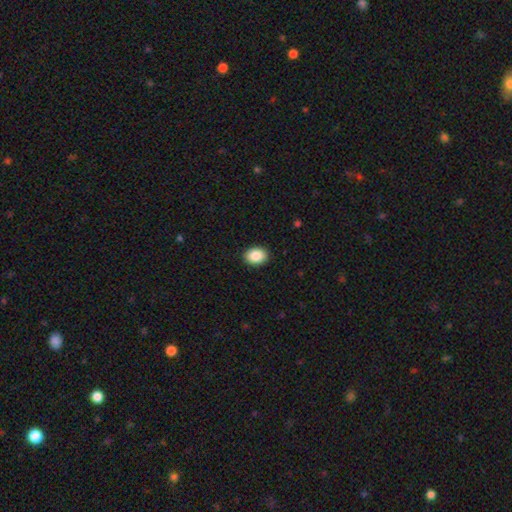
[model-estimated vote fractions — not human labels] Smooth or featured? Predicted: smooth (p=0.89). How rounded? Predicted: in between (p=0.70). Merging? Predicted: none (p=0.91).